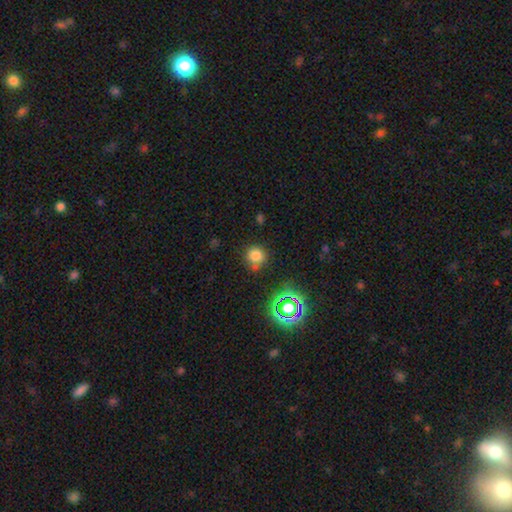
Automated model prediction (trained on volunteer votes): The model was most divided on "smooth or featured": smooth: 75%, star or artifact: 19%, featured or disk: 6%. More confident: how rounded — round (90%); merging — none (72%).